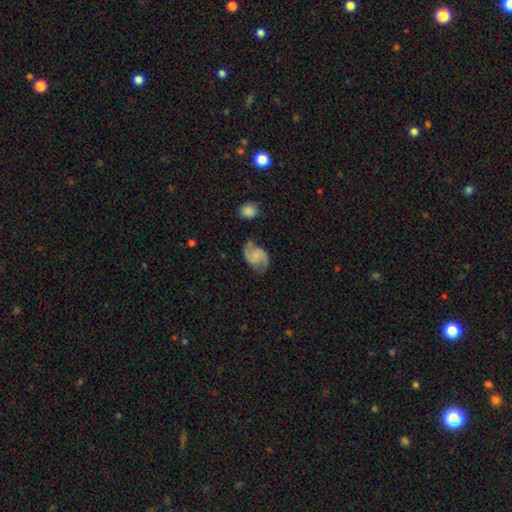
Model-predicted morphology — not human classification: This is likely a featured or disk galaxy (73%). It is clearly not viewed edge-on (98%). Bar: likely no (65%). Spiral arm pattern: clearly yes (95%). Spiral arm count: clearly 2 (91%). Spiral winding: marginally medium (44%). Central bulge: possibly none (57%). Merging: likely none (65%).